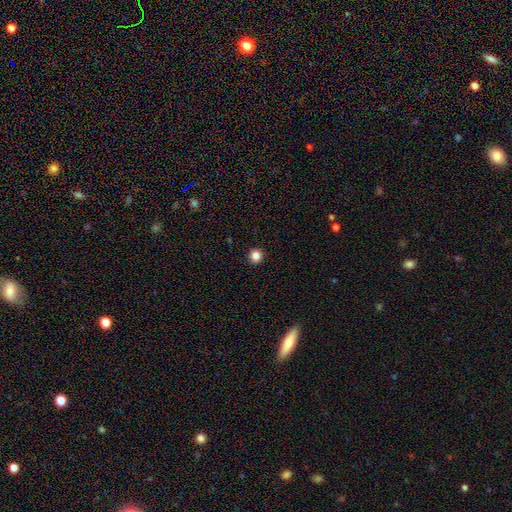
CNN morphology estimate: Smooth or featured? smooth (85%)
How rounded? round (93%)
Merging? none (93%)